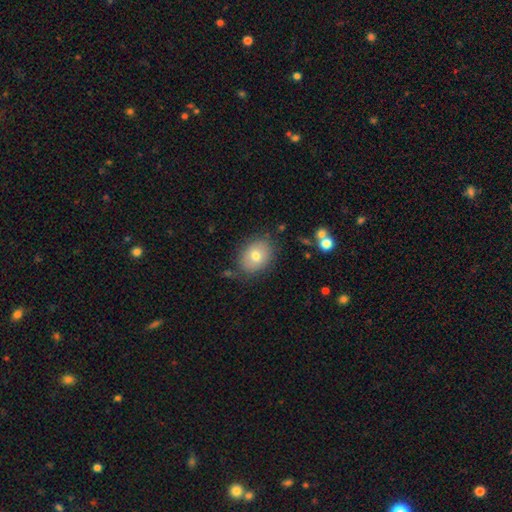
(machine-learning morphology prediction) Smooth or featured?
  - smooth: 74% *
  - featured or disk: 17%
  - star or artifact: 9%
How rounded?
  - in between: 59% *
  - round: 40%
  - cigar-shaped: 1%
Merging?
  - none: 80% *
  - minor disturbance: 14%
  - major disturbance: 4%
  - merger: 3%